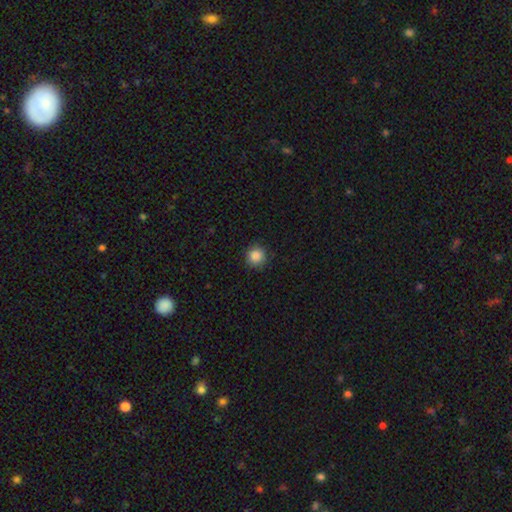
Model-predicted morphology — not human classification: smooth-or-featured: smooth: 87% | star or artifact: 10% | featured or disk: 3%
  how-rounded: round: 94% | in between: 5% | cigar-shaped: 1%
  merging: none: 89% | minor disturbance: 8% | major disturbance: 2% | merger: 1%